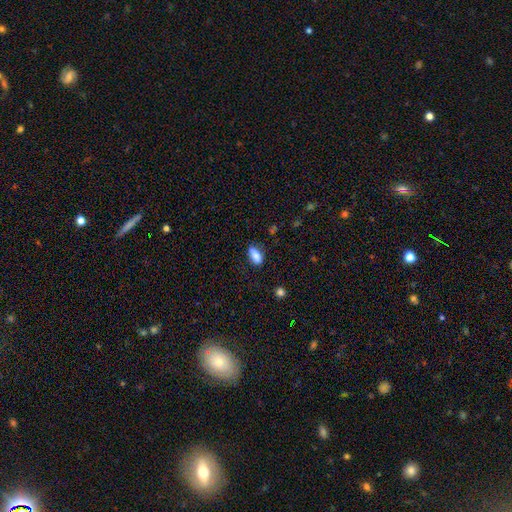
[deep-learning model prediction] This is clearly a smooth galaxy (82%). How rounded: clearly in between (83%). Merging: likely none (72%).